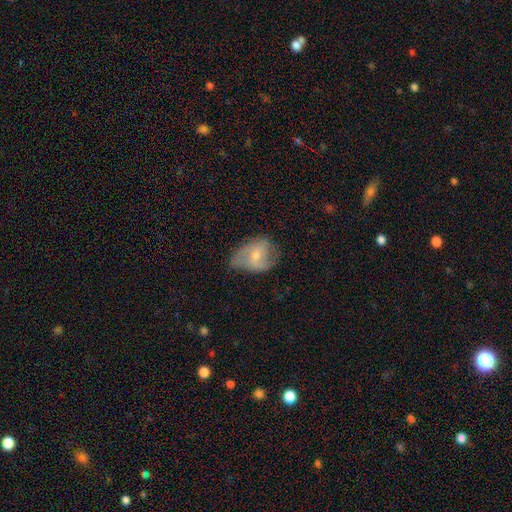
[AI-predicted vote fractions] featured or disk 49%, smooth 44%, star or artifact 7%. Down the decision tree: merging — none (45%).